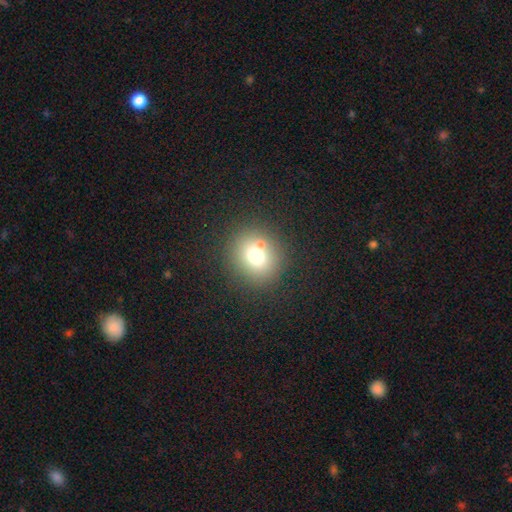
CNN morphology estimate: Q: Smooth or featured?
A: smooth (69%); runner-up: star or artifact (16%)
Q: How rounded?
A: round (81%); runner-up: in between (18%)
Q: Merging?
A: none (72%); runner-up: merger (14%)